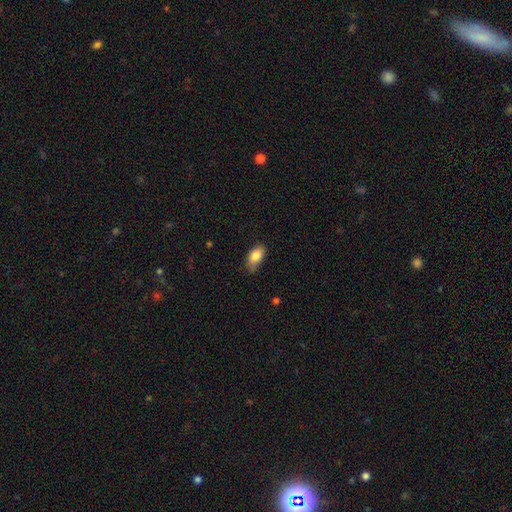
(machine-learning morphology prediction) A smooth galaxy with no disk features (84%) that is in between round and cigar-shaped (91%).

Vote fractions:
- Smooth or featured? smooth: 84% / featured or disk: 8% / star or artifact: 7%
- How rounded? in between: 91% / round: 6% / cigar-shaped: 3%
- Merging? none: 65% / minor disturbance: 28% / major disturbance: 5% / merger: 2%